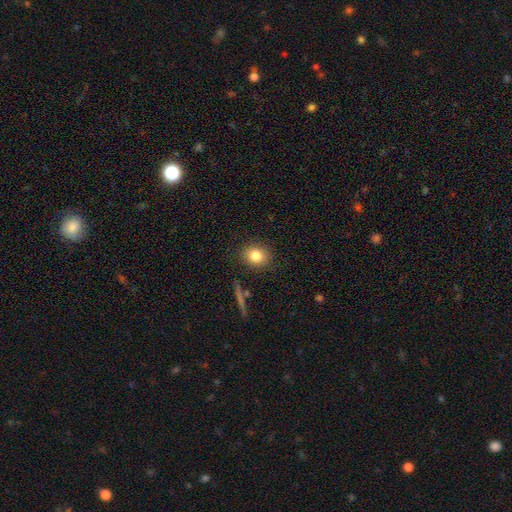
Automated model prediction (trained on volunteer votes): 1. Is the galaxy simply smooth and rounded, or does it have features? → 81% smooth, 11% star or artifact, 8% featured or disk.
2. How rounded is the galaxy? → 76% round, 23% in between, 1% cigar-shaped.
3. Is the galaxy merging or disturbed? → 88% none, 8% minor disturbance, 2% major disturbance, 2% merger.